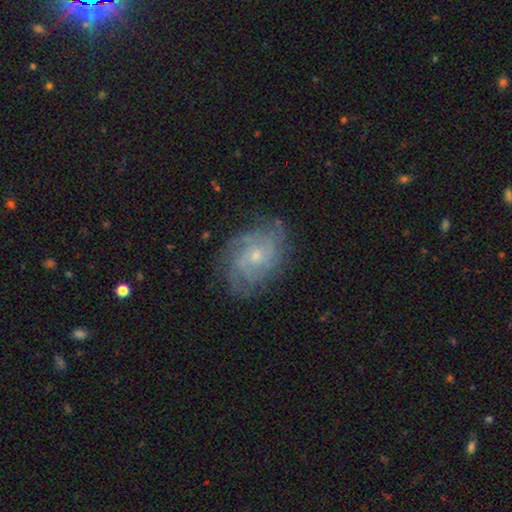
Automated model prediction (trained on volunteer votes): This appears to be a featured or disk galaxy (80%) with no bar (74%), tight (56%) spiral arms (93%) and a small central bulge (65%). Merging: none (74%).